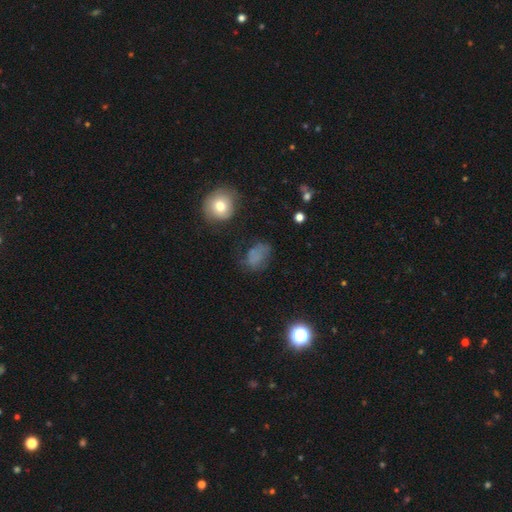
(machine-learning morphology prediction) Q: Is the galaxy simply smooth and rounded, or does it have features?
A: smooth — 66%.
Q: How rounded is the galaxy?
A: in between — 75%.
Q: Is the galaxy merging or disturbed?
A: none — 48%.